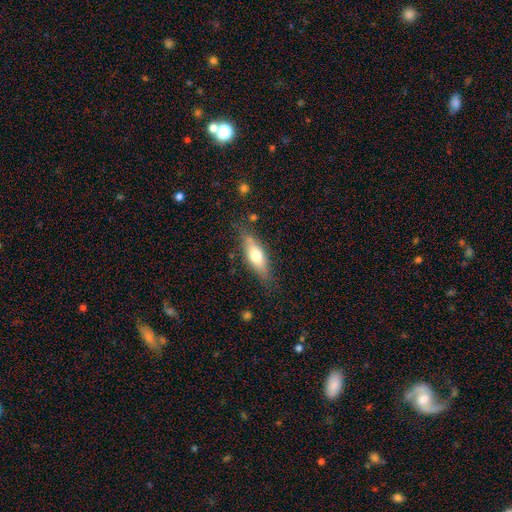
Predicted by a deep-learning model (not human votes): Smooth or featured?
  - smooth: 61% *
  - featured or disk: 33%
  - star or artifact: 6%
How rounded?
  - in between: 57% *
  - cigar-shaped: 40%
  - round: 3%
Merging?
  - none: 77% *
  - minor disturbance: 17%
  - major disturbance: 4%
  - merger: 2%